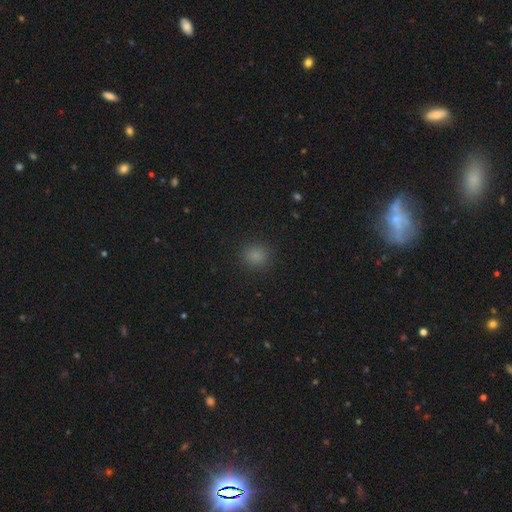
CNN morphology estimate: Smooth or featured?
  - smooth: 82% *
  - star or artifact: 14%
  - featured or disk: 3%
How rounded?
  - round: 84% *
  - in between: 15%
  - cigar-shaped: 1%
Merging?
  - none: 89% *
  - minor disturbance: 8%
  - major disturbance: 3%
  - merger: 1%